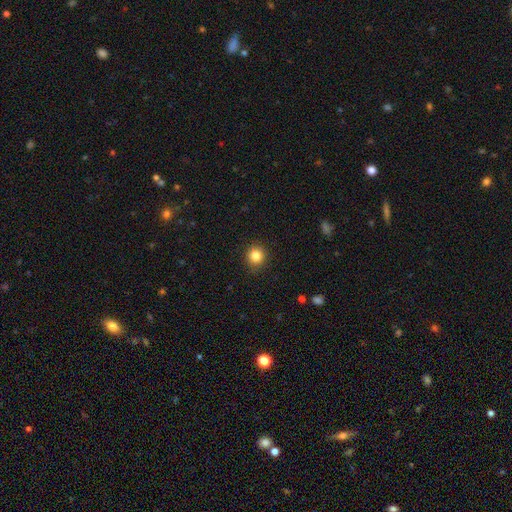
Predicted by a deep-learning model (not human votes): Overall: smooth (84%). How rounded: round (90%). Merging: none (91%).